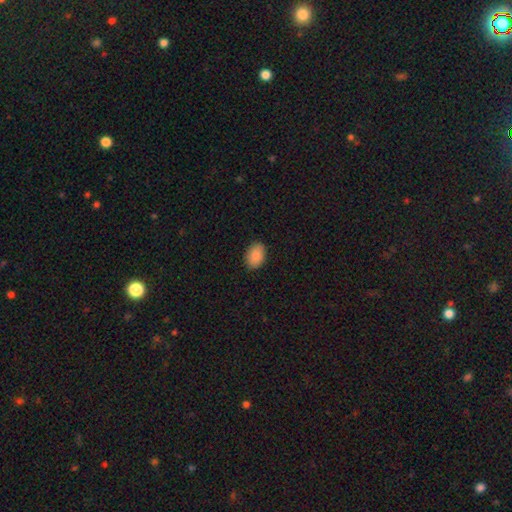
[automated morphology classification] smooth_or_featured: smooth (p=0.89) [alt: star or artifact p=0.07]
how_rounded: in between (p=0.86) [alt: round p=0.13]
merging: none (p=0.88) [alt: minor disturbance p=0.09]